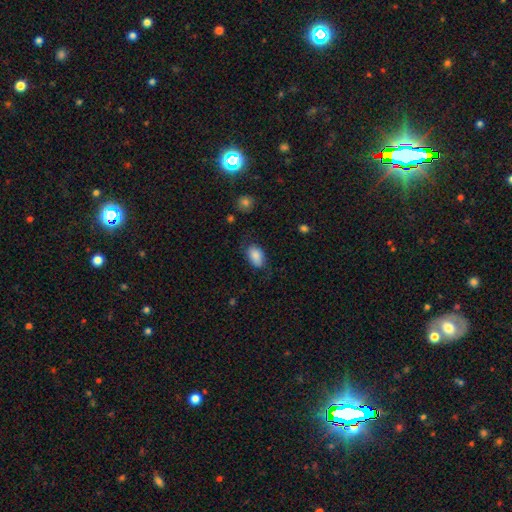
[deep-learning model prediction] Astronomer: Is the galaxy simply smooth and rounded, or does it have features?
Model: smooth — 85%.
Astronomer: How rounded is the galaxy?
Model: in between — 90%.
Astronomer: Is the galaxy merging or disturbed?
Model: none — 67%.